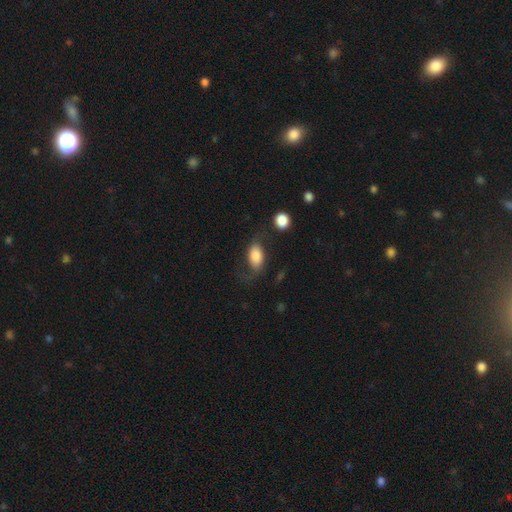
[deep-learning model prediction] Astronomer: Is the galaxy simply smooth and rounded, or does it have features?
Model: smooth — 66%.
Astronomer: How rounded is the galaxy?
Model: in between — 89%.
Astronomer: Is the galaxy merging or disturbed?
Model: none — 50%.